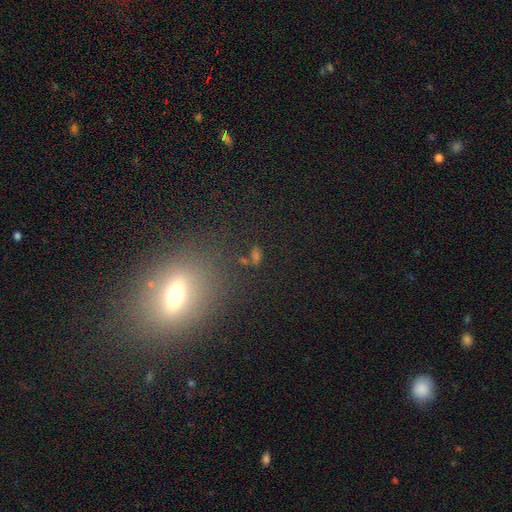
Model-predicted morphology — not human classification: This is possibly a smooth galaxy (52%). How rounded: likely in between (69%). Merging: likely none (67%).